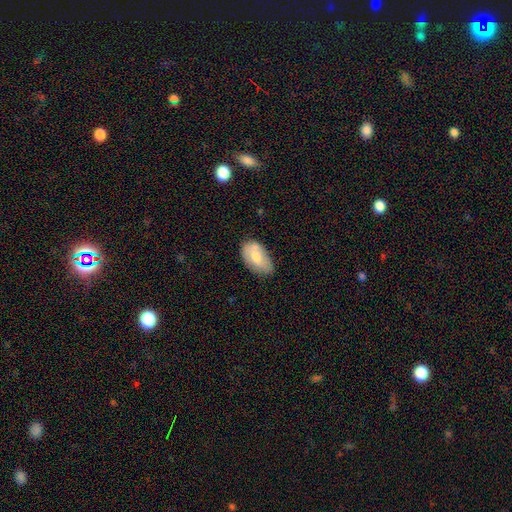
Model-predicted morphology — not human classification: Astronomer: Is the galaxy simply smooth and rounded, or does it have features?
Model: smooth — 69%.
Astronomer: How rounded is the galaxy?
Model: in between — 94%.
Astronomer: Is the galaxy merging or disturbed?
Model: none — 58%.